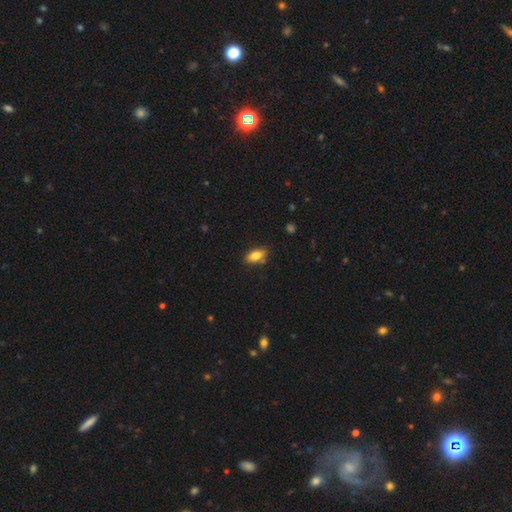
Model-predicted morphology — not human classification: type=smooth (81%); roundness=in between (88%); merging=none (80%).